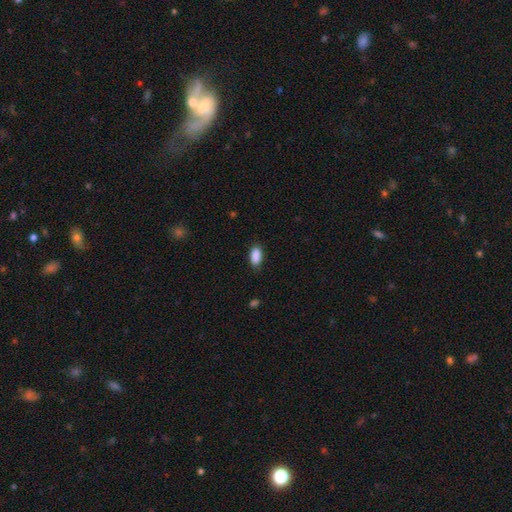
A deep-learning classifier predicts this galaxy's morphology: The model was most divided on "merging": none: 82%, minor disturbance: 14%, major disturbance: 3%, merger: 1%. More confident: how rounded — in between (92%); smooth or featured — smooth (90%).